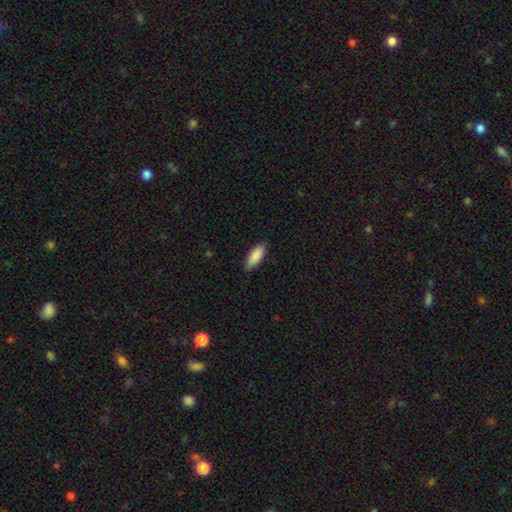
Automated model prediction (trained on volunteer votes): The model was most divided on "how rounded": in between: 65%, cigar-shaped: 33%, round: 2%. More confident: smooth or featured — smooth (88%); merging — none (85%).